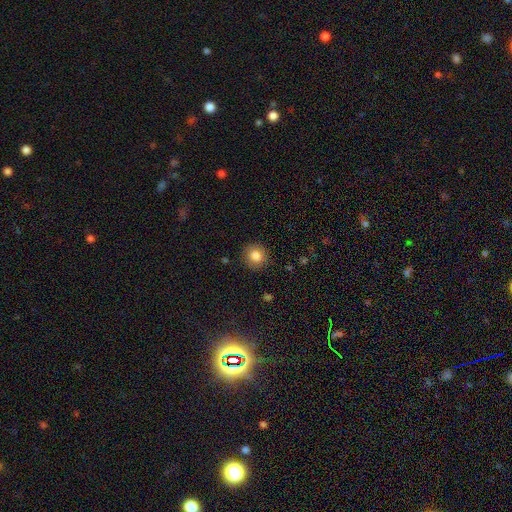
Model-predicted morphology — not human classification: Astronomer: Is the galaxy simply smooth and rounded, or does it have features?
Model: smooth — 84%.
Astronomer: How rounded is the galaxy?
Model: round — 92%.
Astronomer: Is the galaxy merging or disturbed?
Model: none — 90%.